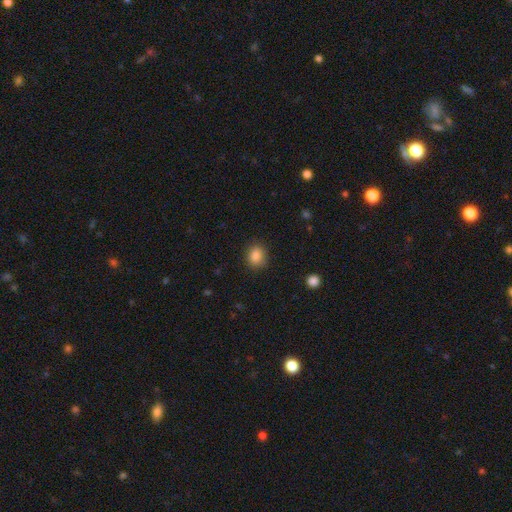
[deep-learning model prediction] A smooth galaxy with no disk features (86%) that is round (65%). Merging: none (86%).